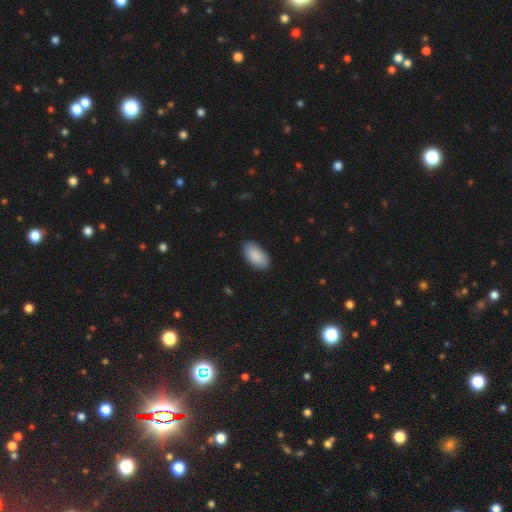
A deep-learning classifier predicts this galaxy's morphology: type=smooth (90%); roundness=in between (95%); merging=none (87%).